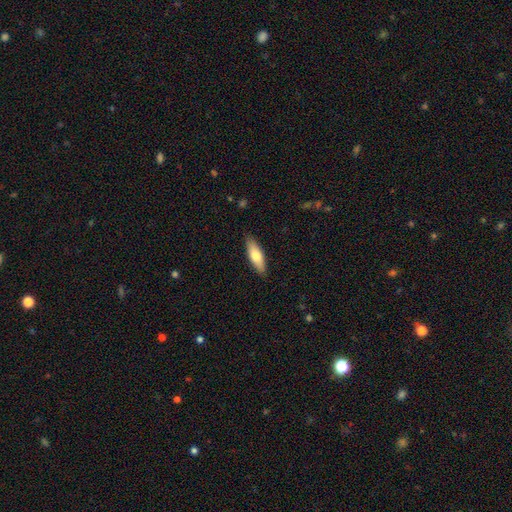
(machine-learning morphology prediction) This appears to be a smooth galaxy with no disk features (68%) that is in between round and cigar-shaped (52%). Merging: none (88%).